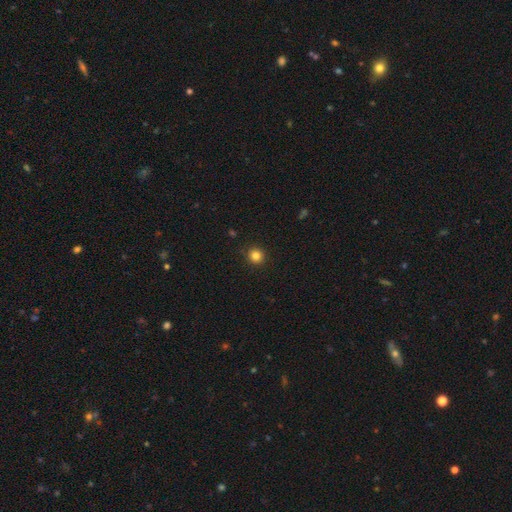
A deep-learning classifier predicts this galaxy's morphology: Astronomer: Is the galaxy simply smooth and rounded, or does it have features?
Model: smooth — 83%.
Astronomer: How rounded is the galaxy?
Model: round — 93%.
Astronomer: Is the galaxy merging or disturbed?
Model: none — 92%.